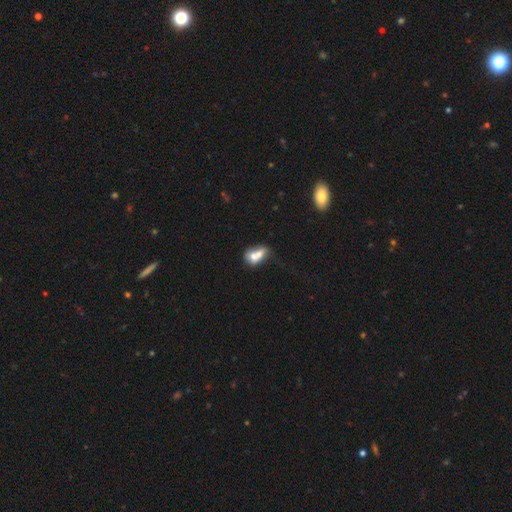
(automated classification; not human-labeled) Smooth or featured: smooth — 67% (featured or disk — 24%)
How rounded: in between — 68% (round — 28%)
Merging: merger — 63% (none — 18%)